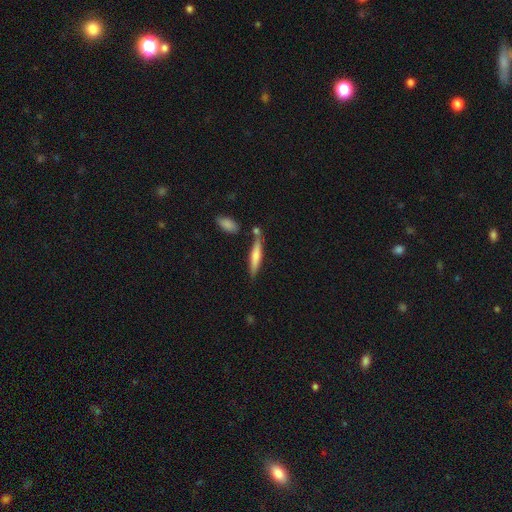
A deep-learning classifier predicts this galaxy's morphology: smooth 61%, featured or disk 34%, star or artifact 6%. Down the decision tree: how rounded — cigar-shaped (87%); merging — none (72%).